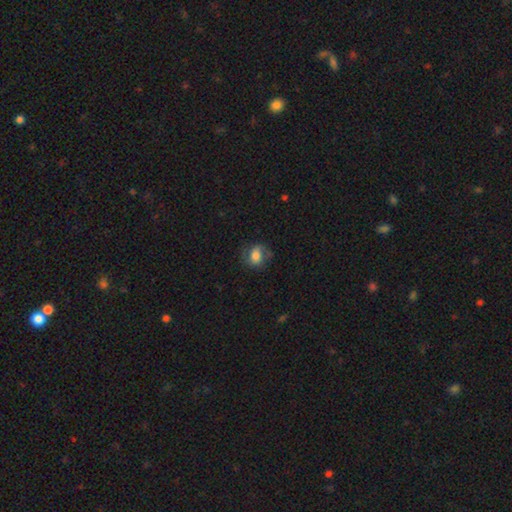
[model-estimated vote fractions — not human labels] The model was most divided on "how rounded": in between: 53%, round: 46%, cigar-shaped: 1%. More confident: smooth or featured — smooth (60%); merging — none (57%).